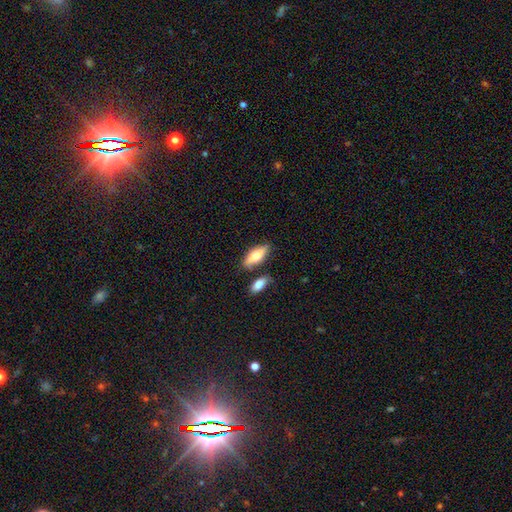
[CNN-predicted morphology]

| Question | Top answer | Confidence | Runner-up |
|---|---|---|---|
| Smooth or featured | smooth | 71% | featured or disk (23%) |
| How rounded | in between | 73% | cigar-shaped (25%) |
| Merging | none | 73% | minor disturbance (13%) |